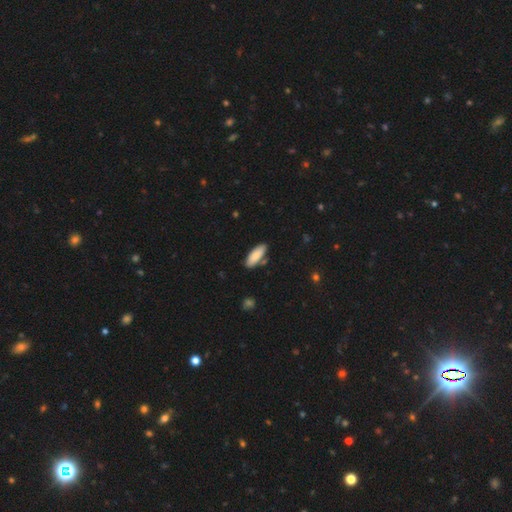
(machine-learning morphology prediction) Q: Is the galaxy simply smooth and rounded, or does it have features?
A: smooth — 84%.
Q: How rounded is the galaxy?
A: in between — 73%.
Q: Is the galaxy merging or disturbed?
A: none — 81%.